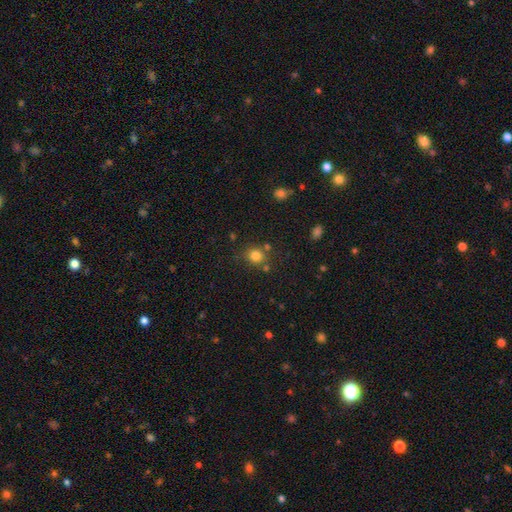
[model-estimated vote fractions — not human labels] Smooth or featured: smooth — 80% (star or artifact — 14%)
How rounded: round — 82% (in between — 17%)
Merging: none — 73% (minor disturbance — 11%)